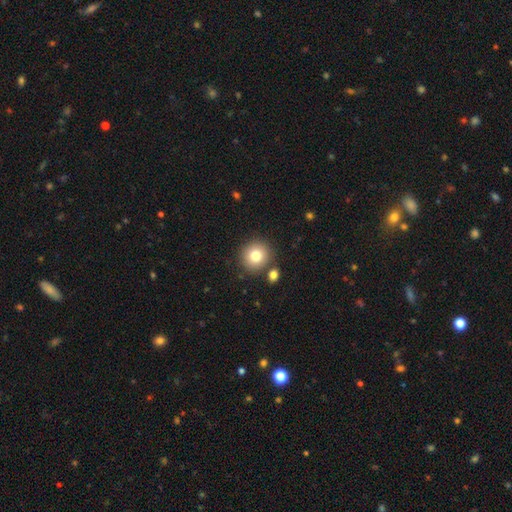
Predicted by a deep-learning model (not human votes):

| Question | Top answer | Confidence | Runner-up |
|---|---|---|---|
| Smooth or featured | smooth | 79% | star or artifact (11%) |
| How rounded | round | 90% | in between (9%) |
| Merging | none | 81% | merger (9%) |